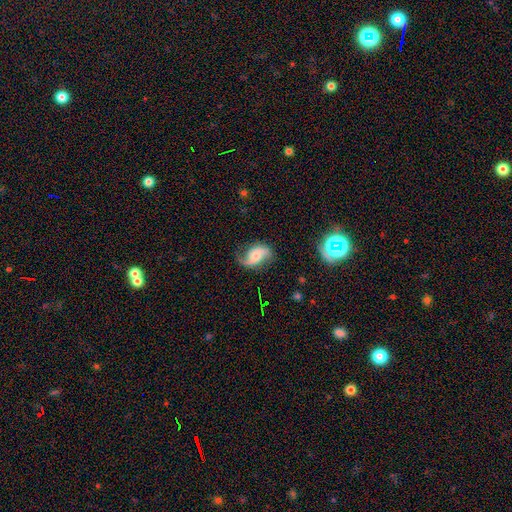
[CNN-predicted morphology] Smooth or featured?
  - featured or disk: 74% *
  - smooth: 18%
  - star or artifact: 8%
Edge-on disk?
  - no: 97% *
  - yes: 3%
Bar?
  - no: 55% *
  - weak: 34%
  - strong: 11%
Spiral arms?
  - yes: 95% *
  - no: 5%
Spiral winding?
  - loose: 63% *
  - medium: 28%
  - tight: 8%
Spiral arm count?
  - 2: 81% *
  - 1: 12%
  - can't tell: 4%
  - 3: 1%
  - 4: 1%
  - more than 4: 1%
Bulge size?
  - small: 42% *
  - moderate: 38%
  - none: 10%
  - large: 7%
  - dominant: 2%
Merging?
  - none: 63% *
  - minor disturbance: 22%
  - major disturbance: 12%
  - merger: 2%